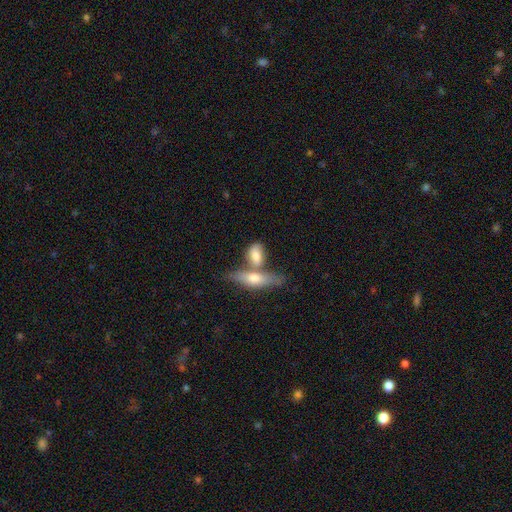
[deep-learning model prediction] Smooth or featured? smooth (72%)
How rounded? in between (72%)
Merging? merger (50%)